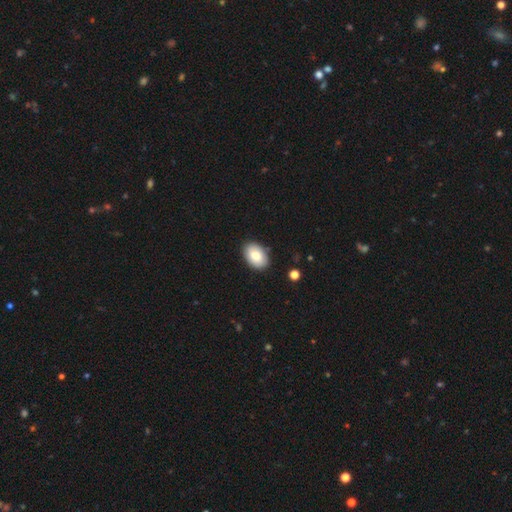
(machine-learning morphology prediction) smooth-or-featured: smooth: 82% | featured or disk: 11% | star or artifact: 7%
  how-rounded: in between: 88% | round: 11% | cigar-shaped: 1%
  merging: none: 87% | minor disturbance: 10% | major disturbance: 2% | merger: 2%